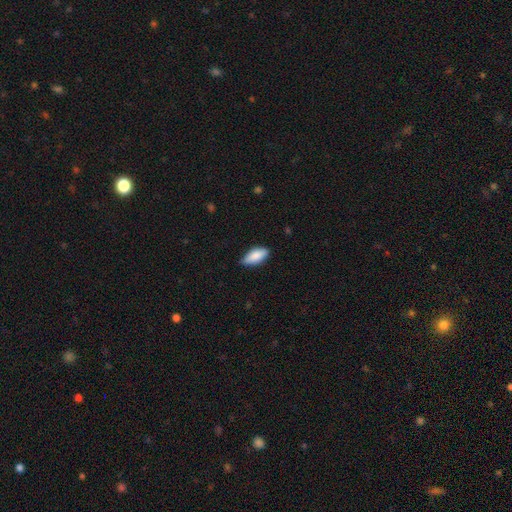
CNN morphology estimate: Smooth or featured?
  - smooth: 85% *
  - featured or disk: 9%
  - star or artifact: 6%
How rounded?
  - in between: 87% *
  - cigar-shaped: 11%
  - round: 2%
Merging?
  - none: 79% *
  - minor disturbance: 17%
  - major disturbance: 2%
  - merger: 1%